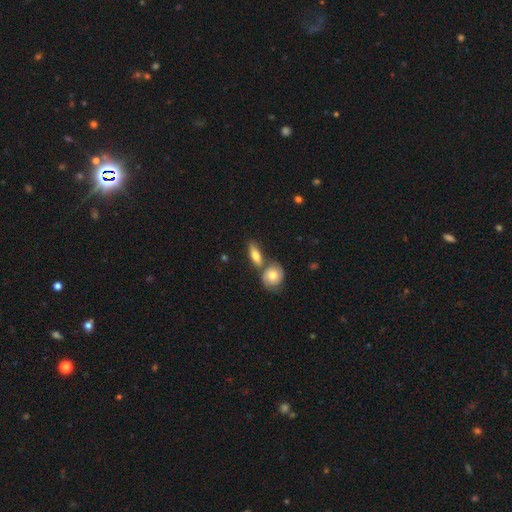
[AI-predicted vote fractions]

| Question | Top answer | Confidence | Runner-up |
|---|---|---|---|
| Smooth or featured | smooth | 68% | featured or disk (26%) |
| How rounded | in between | 67% | cigar-shaped (25%) |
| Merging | none | 52% | merger (31%) |